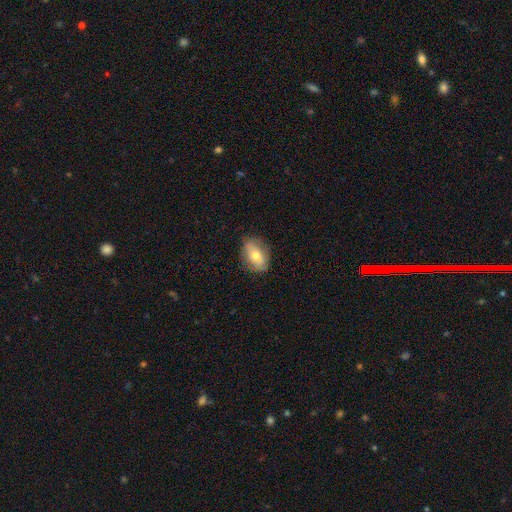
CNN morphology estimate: The model was most divided on "smooth or featured": smooth: 65%, featured or disk: 28%, star or artifact: 7%. More confident: how rounded — in between (82%); merging — none (80%).